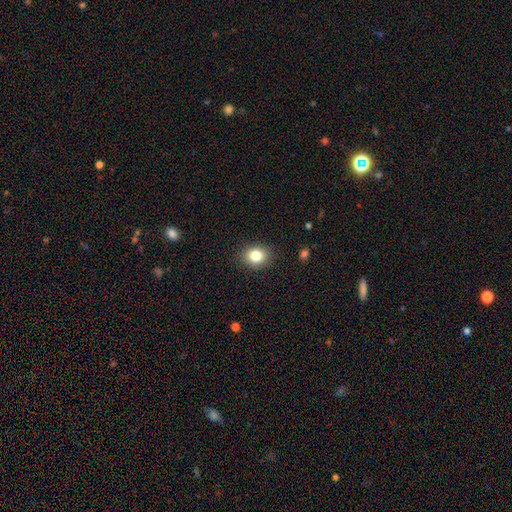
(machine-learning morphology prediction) smooth-or-featured: smooth: 83% | star or artifact: 10% | featured or disk: 7%
  how-rounded: round: 58% | in between: 41% | cigar-shaped: 1%
  merging: none: 88% | minor disturbance: 9% | major disturbance: 2% | merger: 1%